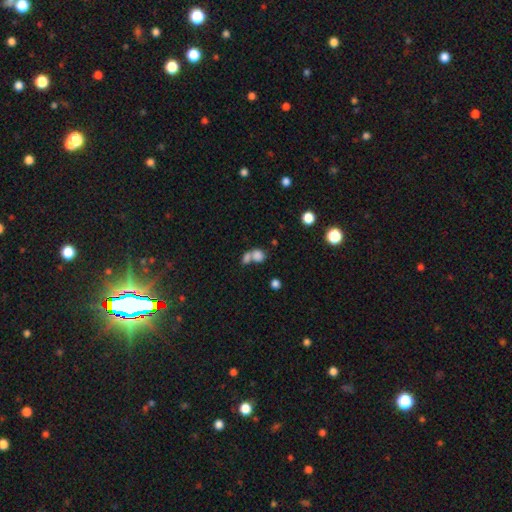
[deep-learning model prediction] A smooth galaxy with no disk features (78%) that is round (56%).

Vote fractions:
- Smooth or featured? smooth: 78% / star or artifact: 11% / featured or disk: 11%
- How rounded? round: 56% / in between: 43% / cigar-shaped: 2%
- Merging? merger: 64% / none: 25% / minor disturbance: 7% / major disturbance: 5%